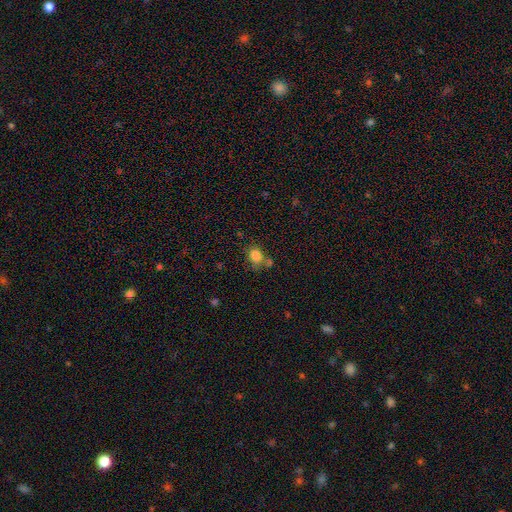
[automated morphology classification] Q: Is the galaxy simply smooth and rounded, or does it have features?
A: smooth — 83%.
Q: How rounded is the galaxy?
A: round — 64%.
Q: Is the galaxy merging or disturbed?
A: none — 60%.